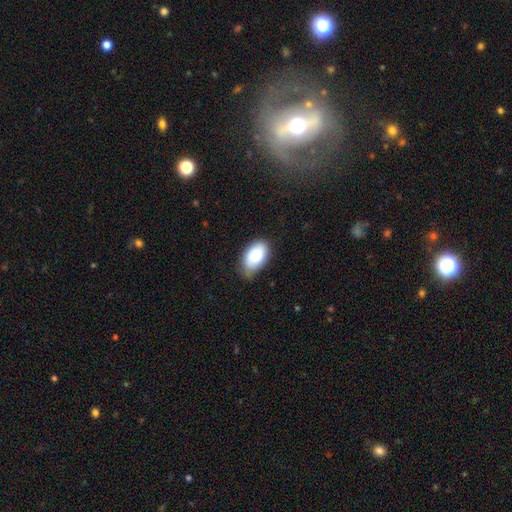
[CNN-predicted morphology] type=smooth (81%); roundness=in between (93%); merging=none (69%).